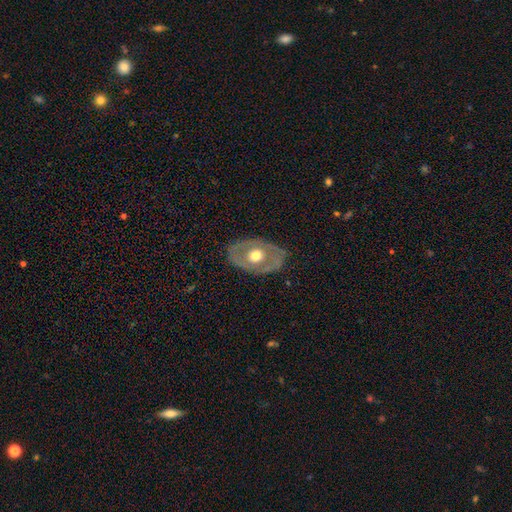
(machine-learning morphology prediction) Smooth or featured? featured or disk (55%)
Edge-on disk? no (90%)
Merging? none (77%)